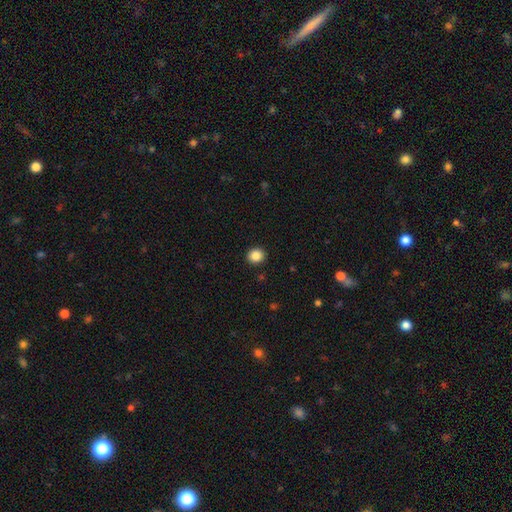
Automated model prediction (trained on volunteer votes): Overall: smooth (86%). How rounded: round (83%). Merging: none (93%).